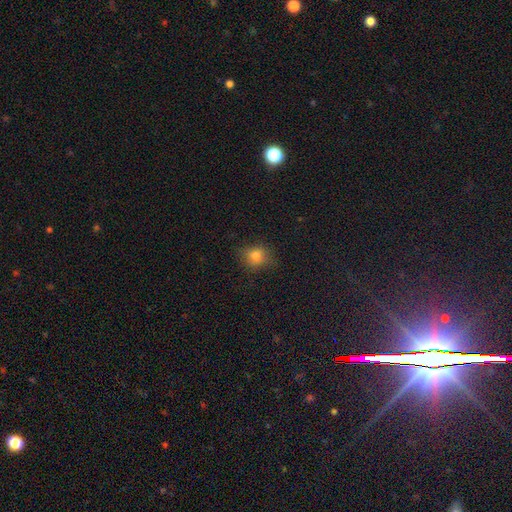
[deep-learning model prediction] Smooth or featured: smooth — 79% (star or artifact — 14%)
How rounded: round — 70% (in between — 29%)
Merging: none — 78% (minor disturbance — 17%)